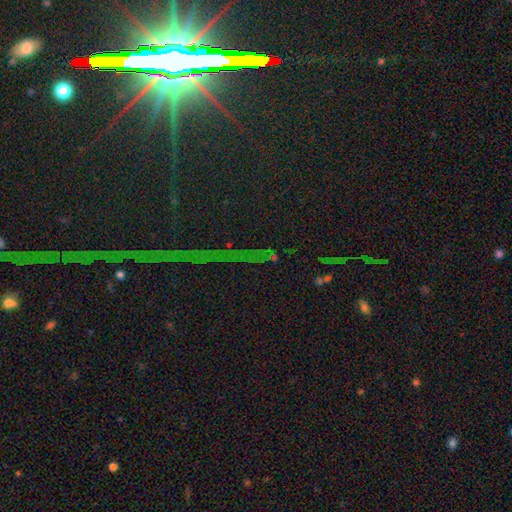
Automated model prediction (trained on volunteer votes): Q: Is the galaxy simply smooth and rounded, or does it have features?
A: star or artifact — 83%.